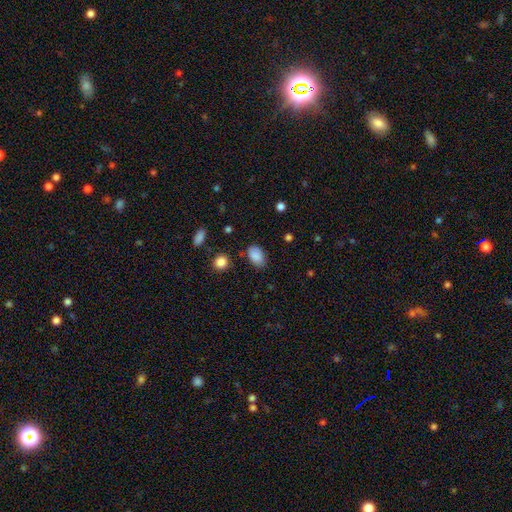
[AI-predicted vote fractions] A smooth galaxy with no disk features (87%) that is in between round and cigar-shaped (87%).

Vote fractions:
- Smooth or featured? smooth: 87% / star or artifact: 8% / featured or disk: 4%
- How rounded? in between: 87% / round: 12% / cigar-shaped: 1%
- Merging? none: 81% / minor disturbance: 13% / major disturbance: 3% / merger: 2%